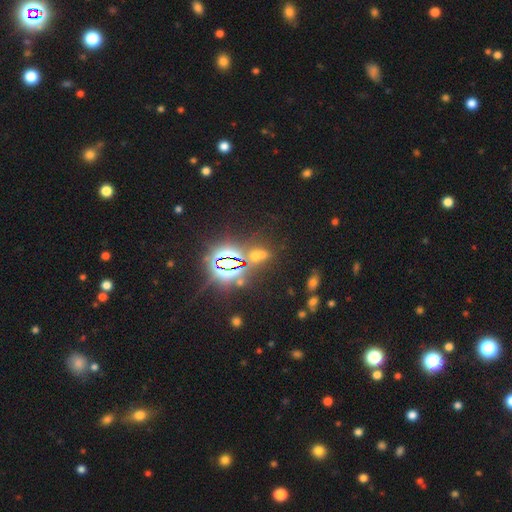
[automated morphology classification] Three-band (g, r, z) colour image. It shows a star or artifact, not a galaxy (65%).